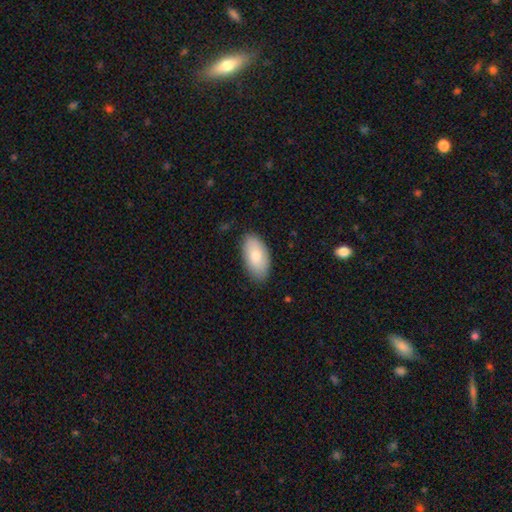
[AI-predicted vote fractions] The model was most divided on "smooth or featured": smooth: 79%, featured or disk: 15%, star or artifact: 6%. More confident: how rounded — in between (95%); merging — none (84%).